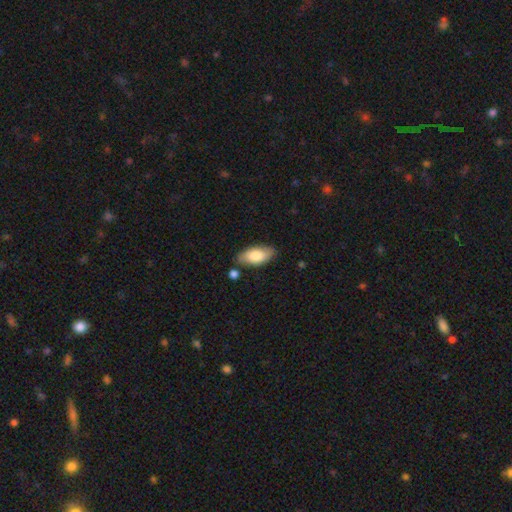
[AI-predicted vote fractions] A smooth galaxy with no disk features (80%) that is in between round and cigar-shaped (89%).

Vote fractions:
- Smooth or featured? smooth: 80% / featured or disk: 14% / star or artifact: 6%
- How rounded? in between: 89% / cigar-shaped: 9% / round: 2%
- Merging? none: 78% / minor disturbance: 14% / merger: 5% / major disturbance: 3%